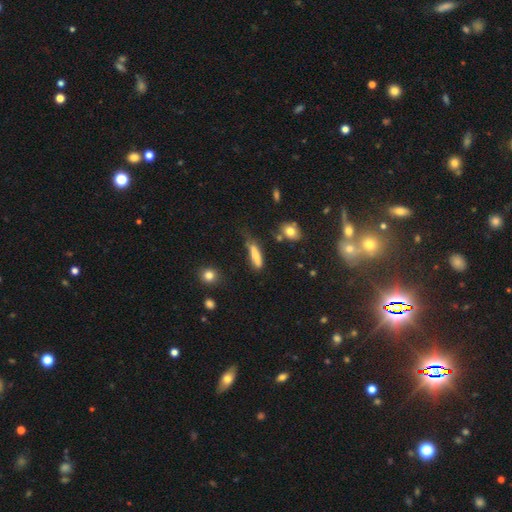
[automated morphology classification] A smooth galaxy with no disk features (71%) that is cigar-shaped (63%).

Vote fractions:
- Smooth or featured? smooth: 71% / featured or disk: 20% / star or artifact: 9%
- How rounded? cigar-shaped: 63% / in between: 34% / round: 3%
- Merging? none: 42% / minor disturbance: 32% / major disturbance: 18% / merger: 8%